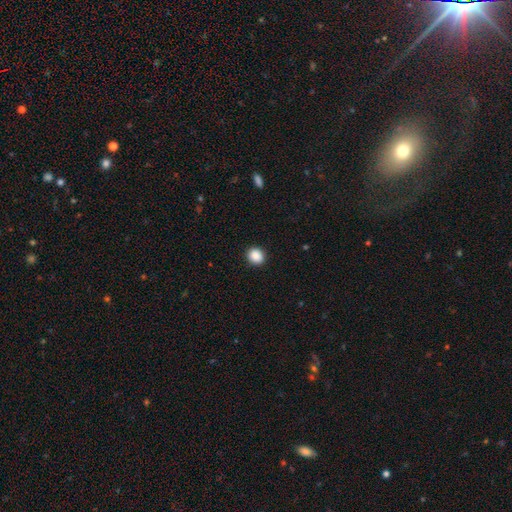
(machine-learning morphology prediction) This appears to be a smooth galaxy with no disk features (89%) that is round (75%). Merging: none (91%).